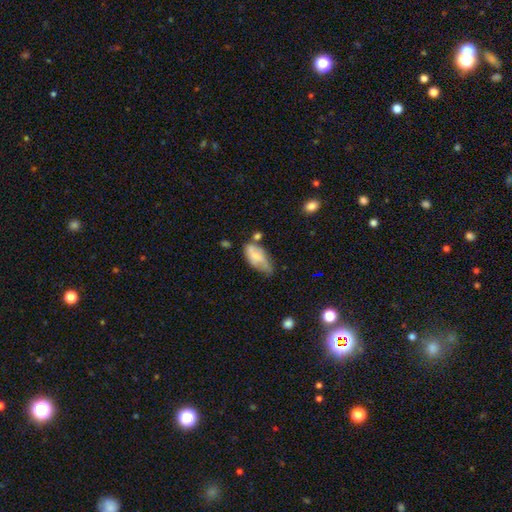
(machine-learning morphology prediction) A smooth galaxy with no disk features (61%) that is in between round and cigar-shaped (87%).

Vote fractions:
- Smooth or featured? smooth: 61% / featured or disk: 31% / star or artifact: 7%
- How rounded? in between: 87% / cigar-shaped: 10% / round: 3%
- Merging? minor disturbance: 36% / none: 35% / major disturbance: 16% / merger: 13%